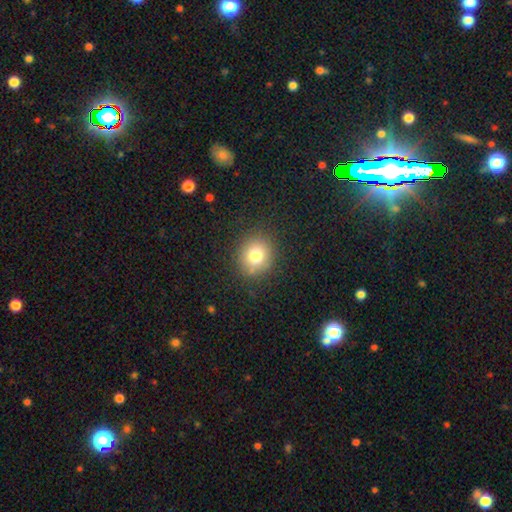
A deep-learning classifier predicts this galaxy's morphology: This appears to be a smooth galaxy with no disk features (78%) that is round (81%). Merging: none (86%).